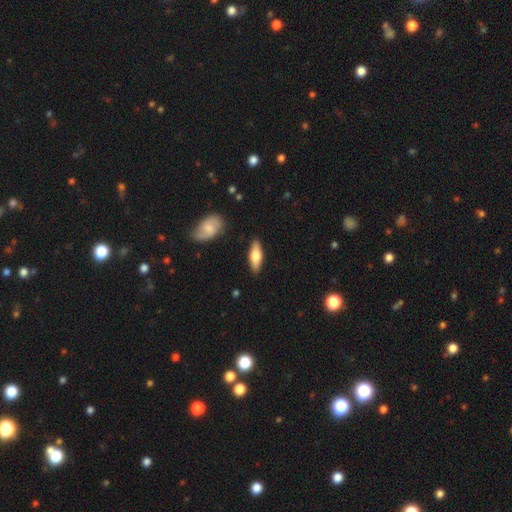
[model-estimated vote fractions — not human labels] smooth-or-featured: smooth: 56% | featured or disk: 38% | star or artifact: 5%
  how-rounded: in between: 58% | cigar-shaped: 40% | round: 3%
  merging: none: 86% | minor disturbance: 10% | major disturbance: 2% | merger: 2%